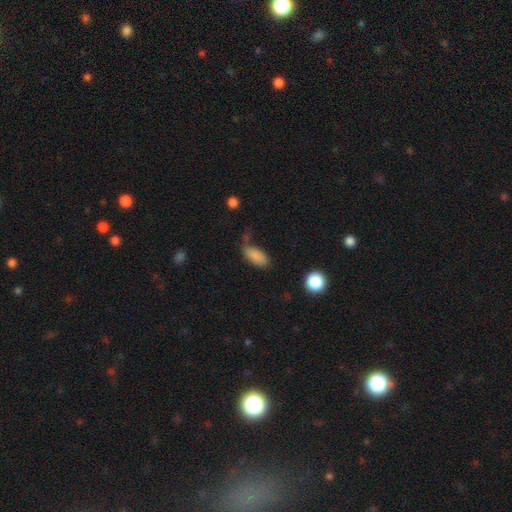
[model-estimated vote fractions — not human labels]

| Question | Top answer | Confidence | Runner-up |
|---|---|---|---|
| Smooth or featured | smooth | 86% | star or artifact (8%) |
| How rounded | in between | 87% | cigar-shaped (9%) |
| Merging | none | 58% | minor disturbance (25%) |